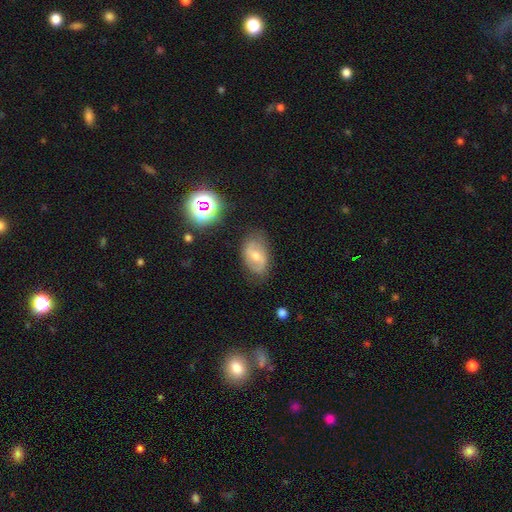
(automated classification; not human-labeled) Smooth or featured: featured or disk — 51% (smooth — 39%)
Edge-on disk: no — 94% (yes — 6%)
Merging: none — 74% (minor disturbance — 19%)